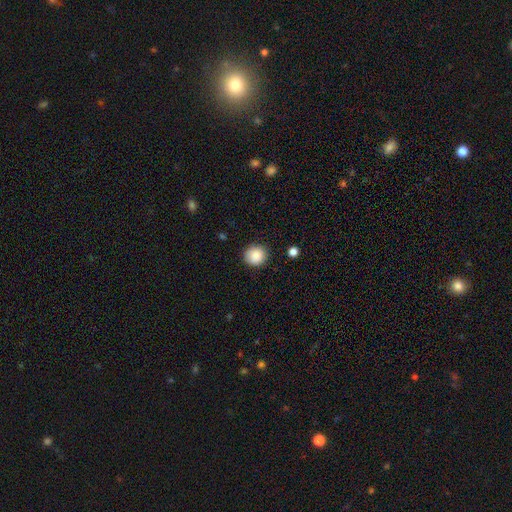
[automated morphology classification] type=smooth (87%); roundness=round (90%); merging=none (87%).